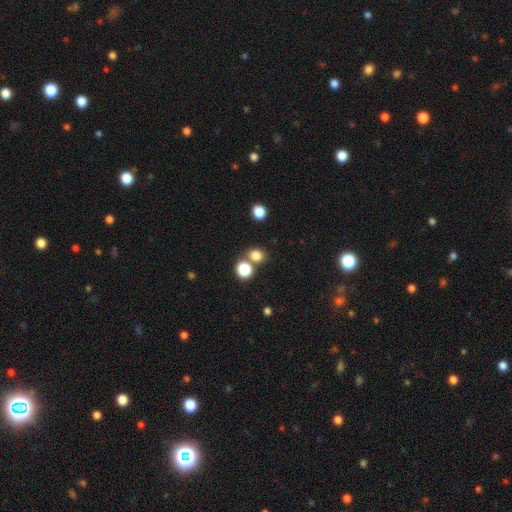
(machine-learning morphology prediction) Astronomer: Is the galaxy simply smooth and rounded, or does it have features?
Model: smooth — 78%.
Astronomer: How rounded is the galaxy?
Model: round — 66%.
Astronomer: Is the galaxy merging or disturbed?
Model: none — 62%.